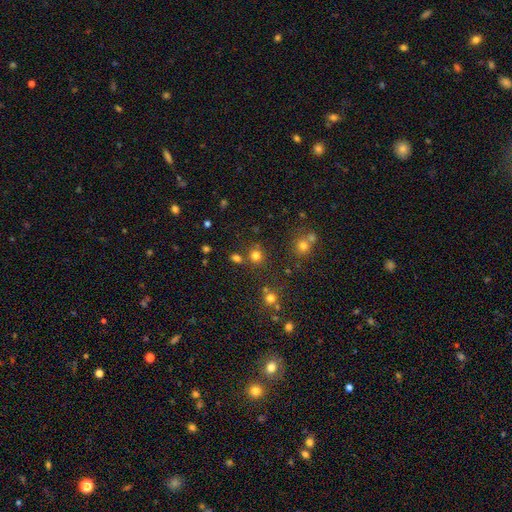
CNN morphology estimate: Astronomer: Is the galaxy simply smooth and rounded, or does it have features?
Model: smooth — 76%.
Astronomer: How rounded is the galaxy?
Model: round — 86%.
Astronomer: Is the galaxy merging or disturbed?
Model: none — 77%.